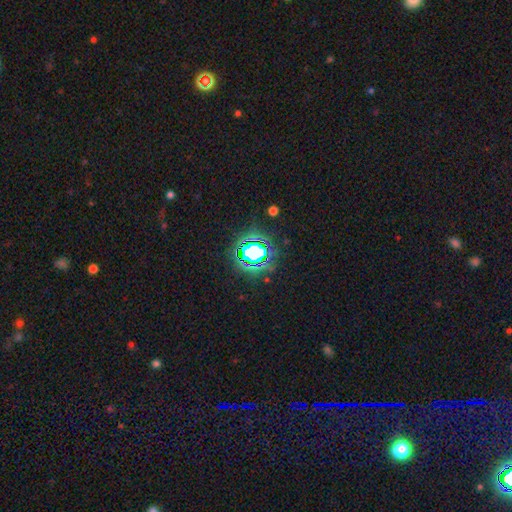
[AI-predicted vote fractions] Smooth or featured: star or artifact — 69% (smooth — 19%)